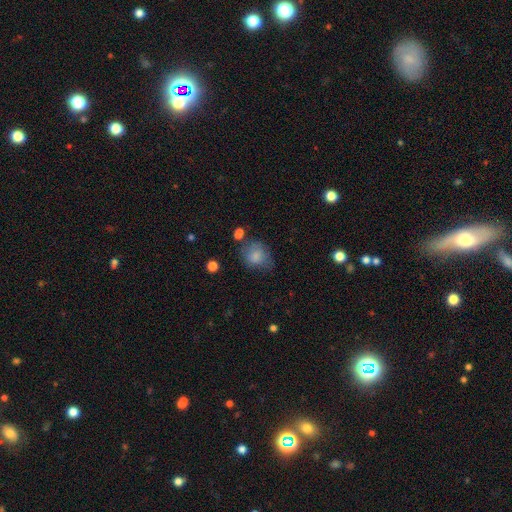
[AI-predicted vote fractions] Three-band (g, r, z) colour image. It shows a smooth galaxy with no disk features (79%) that is round (66%). Merging: none (54%).